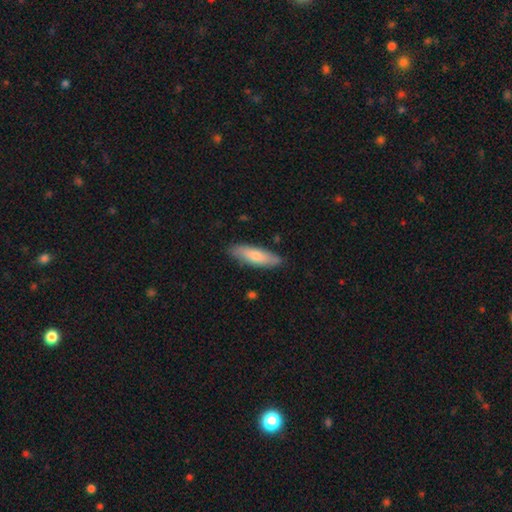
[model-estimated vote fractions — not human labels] A smooth galaxy with no disk features (73%) that is cigar-shaped (56%). Merging: none (85%).